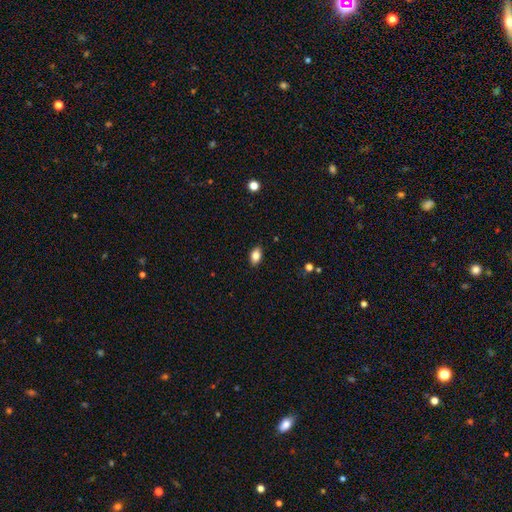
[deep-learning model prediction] Smooth or featured: smooth — 84% (star or artifact — 8%)
How rounded: in between — 88% (round — 10%)
Merging: none — 88% (minor disturbance — 9%)